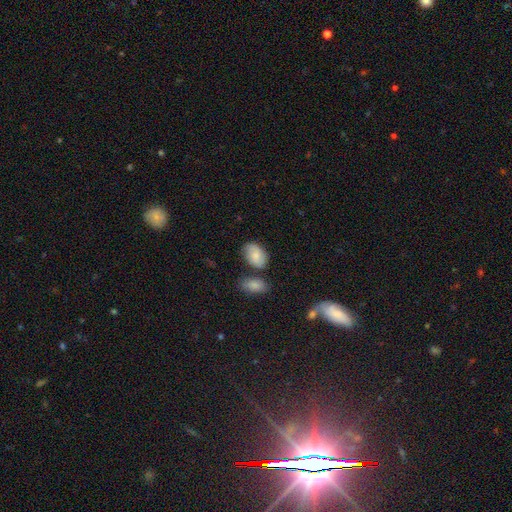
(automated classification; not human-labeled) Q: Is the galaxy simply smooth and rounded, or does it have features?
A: smooth — 80%.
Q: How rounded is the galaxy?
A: in between — 90%.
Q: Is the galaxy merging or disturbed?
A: none — 63%.